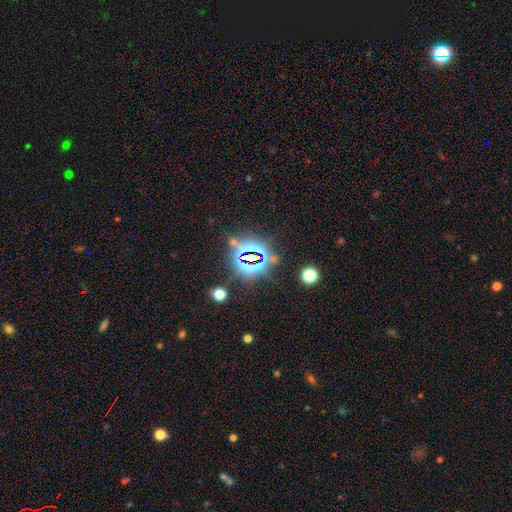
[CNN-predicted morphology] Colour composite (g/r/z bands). It shows a star or artifact, not a galaxy (81%).